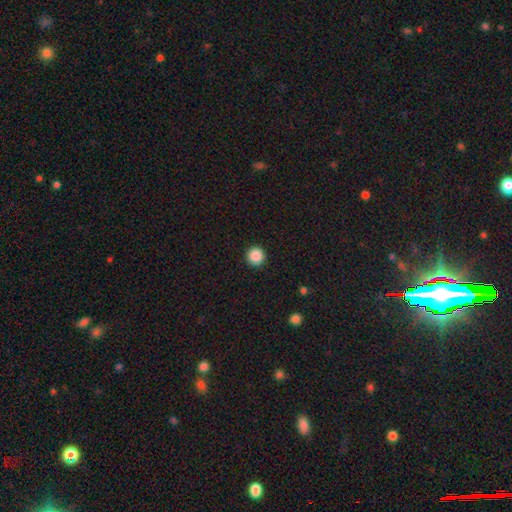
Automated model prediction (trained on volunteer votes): smooth_or_featured: smooth (p=0.88) [alt: star or artifact p=0.09]
how_rounded: round (p=0.96) [alt: in between p=0.03]
merging: none (p=0.93) [alt: minor disturbance p=0.04]